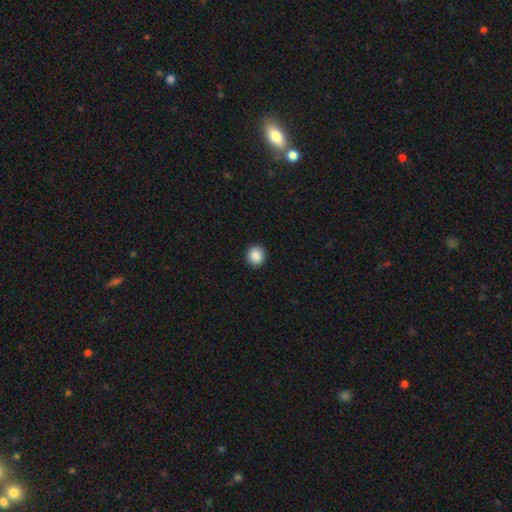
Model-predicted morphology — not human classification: Q: Smooth or featured?
A: smooth (88%); runner-up: star or artifact (9%)
Q: How rounded?
A: round (91%); runner-up: in between (8%)
Q: Merging?
A: none (92%); runner-up: minor disturbance (5%)